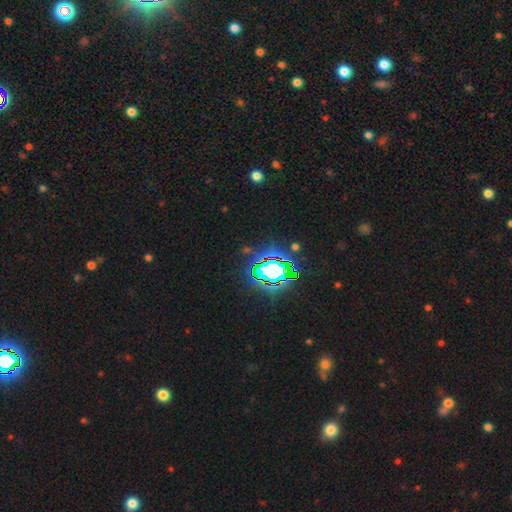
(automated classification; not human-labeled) The model was most divided on "smooth or featured": star or artifact: 82%, smooth: 11%, featured or disk: 7%.